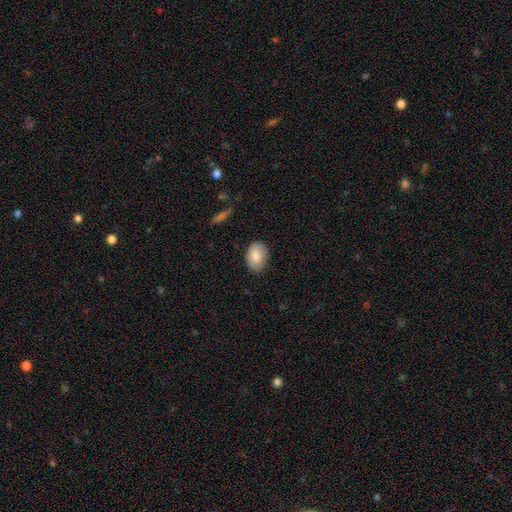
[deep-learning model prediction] smooth 78%, featured or disk 15%, star or artifact 7%. Down the decision tree: how rounded — in between (82%); merging — none (82%).